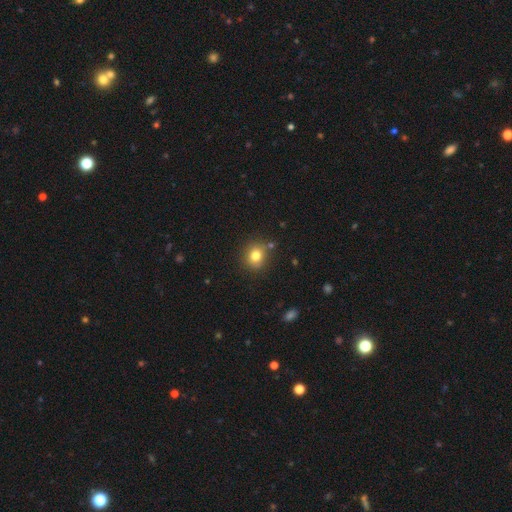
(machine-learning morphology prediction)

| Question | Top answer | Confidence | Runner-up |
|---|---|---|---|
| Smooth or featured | smooth | 79% | star or artifact (12%) |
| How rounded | round | 78% | in between (21%) |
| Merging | none | 81% | minor disturbance (11%) |